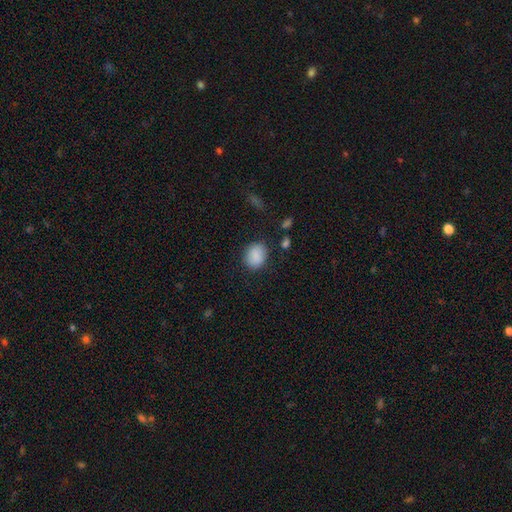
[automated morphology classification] A smooth galaxy with no disk features (88%) that is round (52%).

Vote fractions:
- Smooth or featured? smooth: 88% / star or artifact: 8% / featured or disk: 4%
- How rounded? round: 52% / in between: 47% / cigar-shaped: 1%
- Merging? none: 83% / minor disturbance: 12% / major disturbance: 4% / merger: 2%